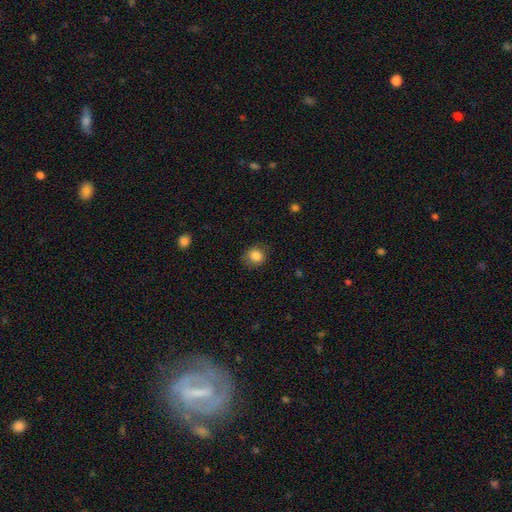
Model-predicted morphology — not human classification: Q: Smooth or featured?
A: smooth (85%); runner-up: star or artifact (9%)
Q: How rounded?
A: round (72%); runner-up: in between (27%)
Q: Merging?
A: none (78%); runner-up: minor disturbance (16%)